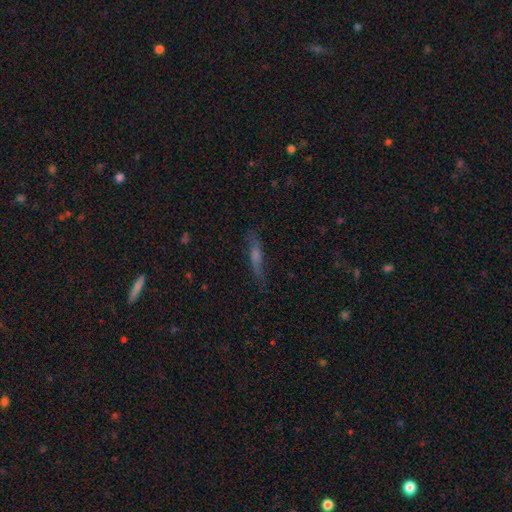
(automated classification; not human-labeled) Smooth or featured? featured or disk (51%)
Edge-on disk? yes (72%)
Merging? none (73%)